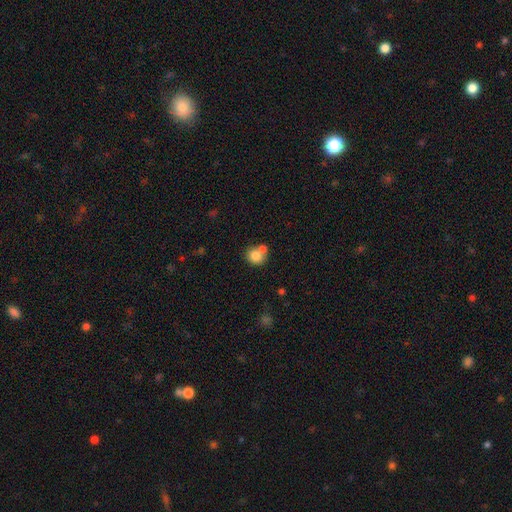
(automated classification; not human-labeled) smooth-or-featured: smooth: 80% | featured or disk: 11% | star or artifact: 9%
  how-rounded: round: 81% | in between: 18% | cigar-shaped: 1%
  merging: none: 45% | merger: 41% | minor disturbance: 10% | major disturbance: 4%